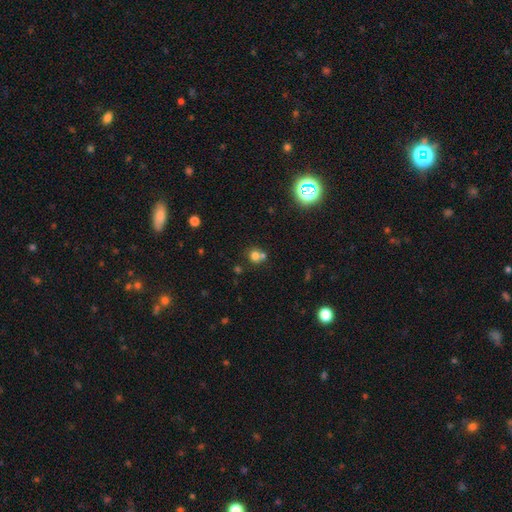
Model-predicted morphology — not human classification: Overall: smooth (72%). How rounded: round (84%). Merging: none (51%; merger 38%).